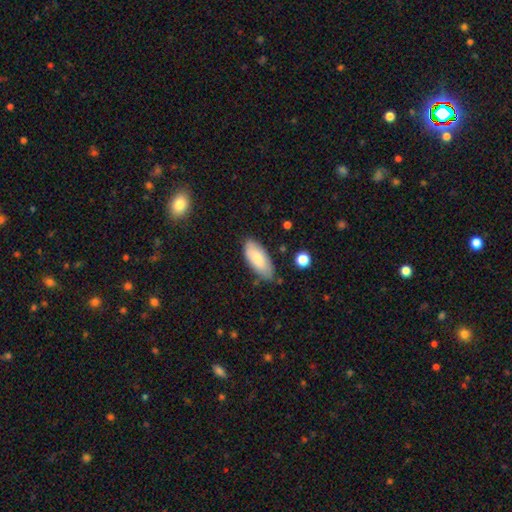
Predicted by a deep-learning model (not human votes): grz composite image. It shows a smooth galaxy with no disk features (75%) that is in between round and cigar-shaped (87%). Merging: none (77%).